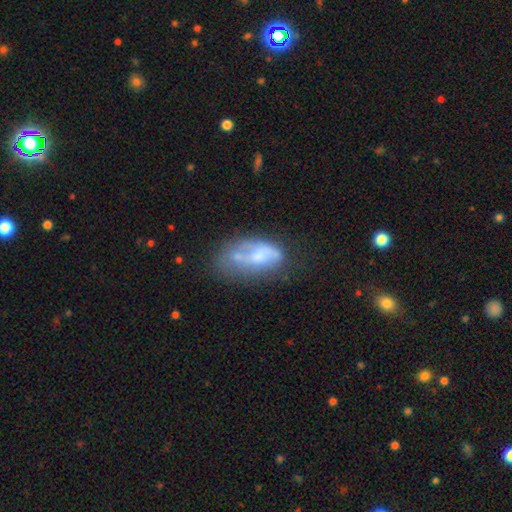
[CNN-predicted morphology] smooth-or-featured: featured or disk: 46% | smooth: 44% | star or artifact: 9%
  merging: none: 33% | minor disturbance: 24% | major disturbance: 22% | merger: 21%